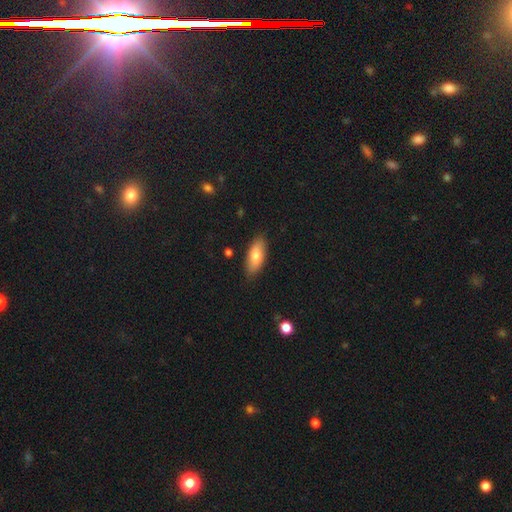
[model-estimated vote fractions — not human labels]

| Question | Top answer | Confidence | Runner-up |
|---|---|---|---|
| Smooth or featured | smooth | 77% | featured or disk (17%) |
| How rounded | in between | 81% | cigar-shaped (17%) |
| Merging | none | 85% | minor disturbance (12%) |